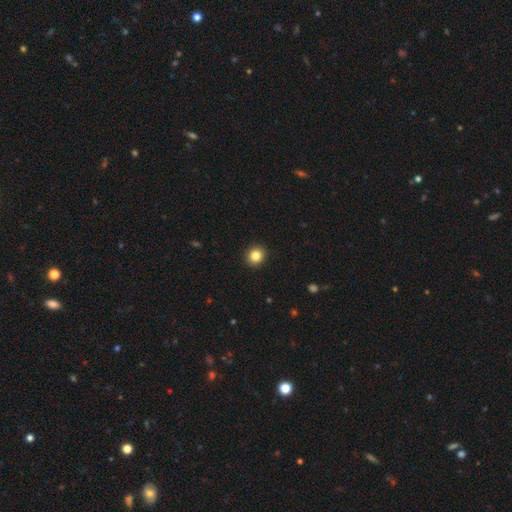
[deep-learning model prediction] Smooth or featured: smooth — 85% (star or artifact — 10%)
How rounded: round — 82% (in between — 17%)
Merging: none — 92% (minor disturbance — 5%)